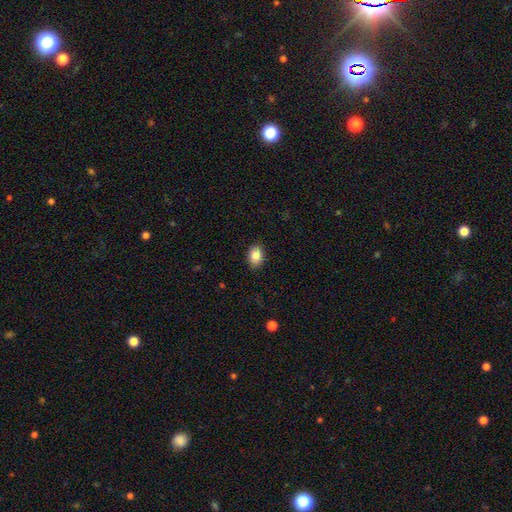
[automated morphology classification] smooth_or_featured: smooth (p=0.87) [alt: star or artifact p=0.08]
how_rounded: in between (p=0.81) [alt: round p=0.18]
merging: none (p=0.89) [alt: minor disturbance p=0.08]